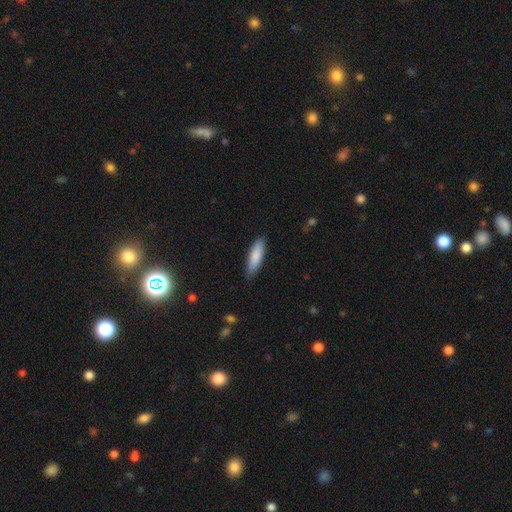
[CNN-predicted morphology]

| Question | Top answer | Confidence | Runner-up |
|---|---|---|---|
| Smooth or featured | smooth | 85% | featured or disk (10%) |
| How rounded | cigar-shaped | 58% | in between (40%) |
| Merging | none | 83% | minor disturbance (13%) |